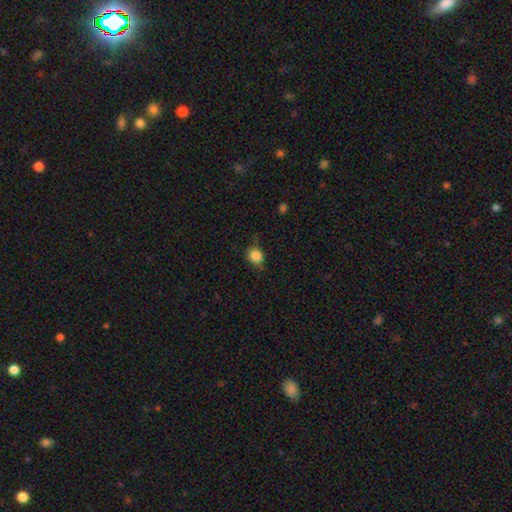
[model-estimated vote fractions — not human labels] Q: Smooth or featured?
A: smooth (85%); runner-up: star or artifact (10%)
Q: How rounded?
A: round (71%); runner-up: in between (28%)
Q: Merging?
A: none (66%); runner-up: minor disturbance (26%)